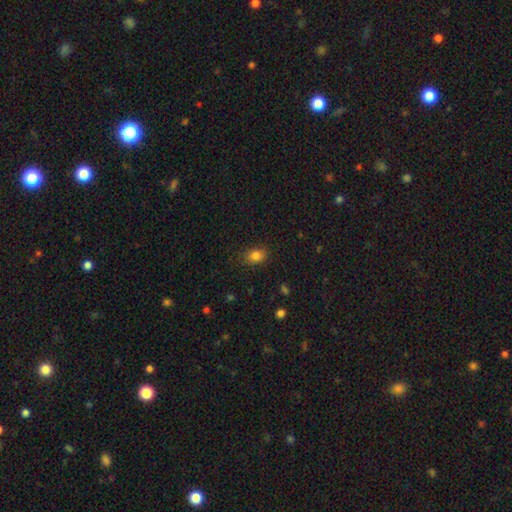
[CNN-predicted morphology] smooth 83%, star or artifact 11%, featured or disk 6%. Down the decision tree: how rounded — in between (65%); merging — none (82%).